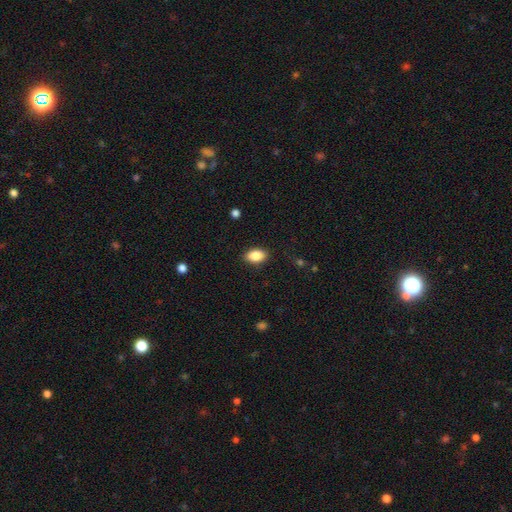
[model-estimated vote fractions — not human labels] Q: Smooth or featured?
A: smooth (87%); runner-up: star or artifact (7%)
Q: How rounded?
A: in between (89%); runner-up: round (9%)
Q: Merging?
A: none (89%); runner-up: minor disturbance (8%)